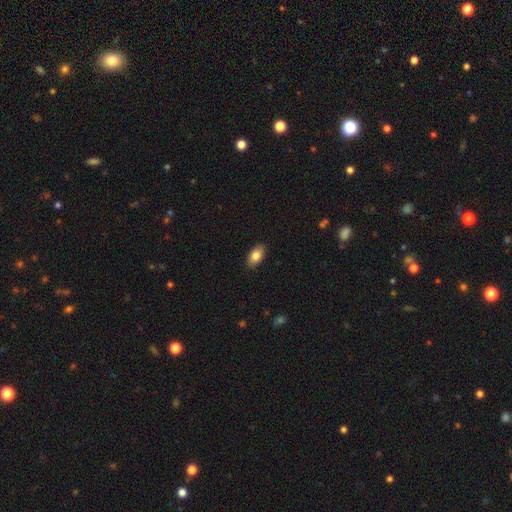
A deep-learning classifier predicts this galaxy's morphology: smooth-or-featured: smooth: 83% | featured or disk: 10% | star or artifact: 7%
  how-rounded: in between: 92% | round: 5% | cigar-shaped: 3%
  merging: none: 89% | minor disturbance: 9% | major disturbance: 2% | merger: 1%